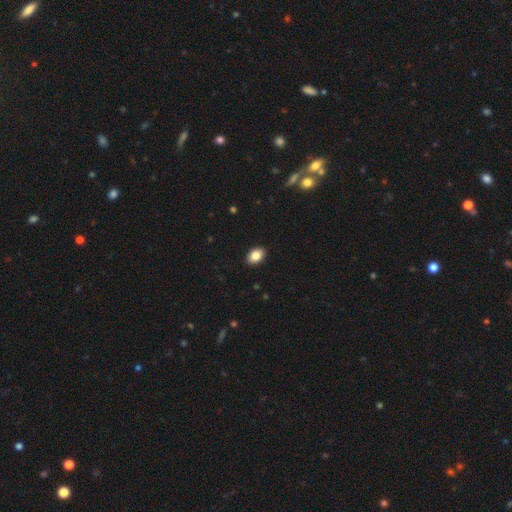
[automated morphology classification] smooth-or-featured: smooth: 86% | star or artifact: 8% | featured or disk: 6%
  how-rounded: in between: 83% | round: 15% | cigar-shaped: 1%
  merging: none: 90% | minor disturbance: 7% | major disturbance: 2% | merger: 1%